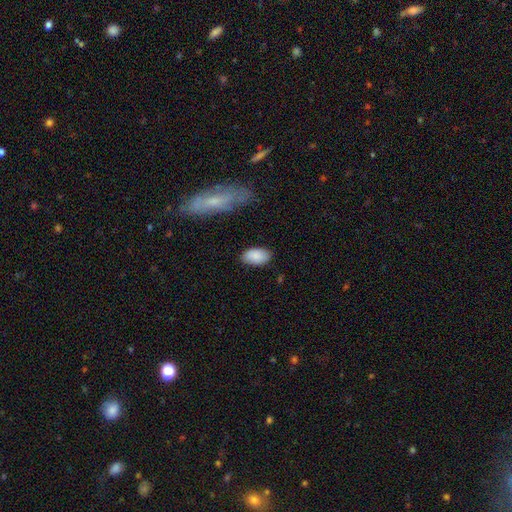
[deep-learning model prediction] smooth 88%, star or artifact 7%, featured or disk 6%. Down the decision tree: how rounded — in between (94%); merging — none (82%).